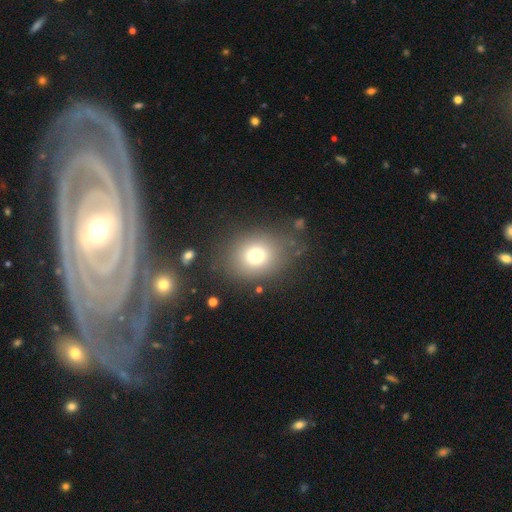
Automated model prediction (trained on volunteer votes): The model was most divided on "how rounded": round: 62%, in between: 37%, cigar-shaped: 1%. More confident: merging — none (79%); smooth or featured — smooth (74%).